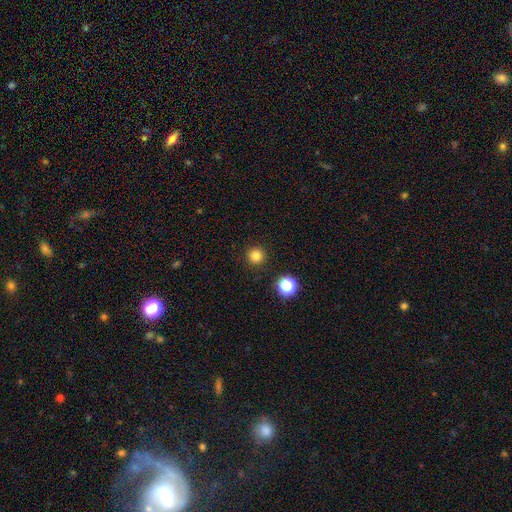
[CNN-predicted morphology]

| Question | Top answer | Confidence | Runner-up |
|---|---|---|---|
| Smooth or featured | smooth | 81% | star or artifact (14%) |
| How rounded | round | 96% | in between (3%) |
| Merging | none | 92% | minor disturbance (4%) |